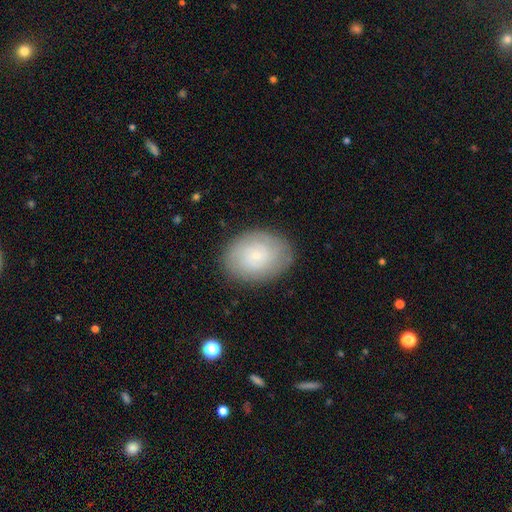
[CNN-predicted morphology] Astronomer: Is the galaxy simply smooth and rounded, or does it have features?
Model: smooth — 51% (runner-up: featured or disk, 40%).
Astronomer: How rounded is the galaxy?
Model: in between — 65%.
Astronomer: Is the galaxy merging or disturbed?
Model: none — 83%.